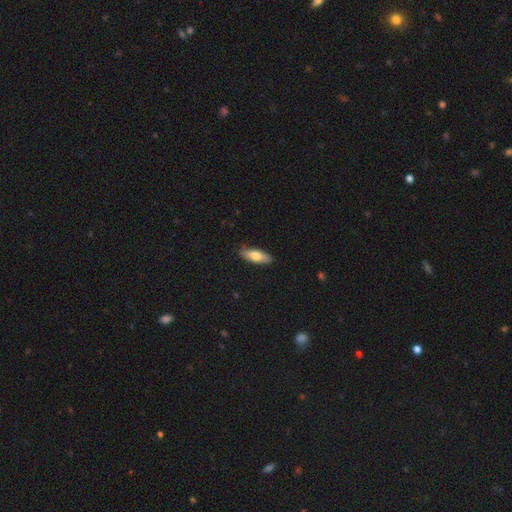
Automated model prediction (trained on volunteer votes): Morphology: type=smooth (72%); roundness=in between (66%); merging=none (86%).